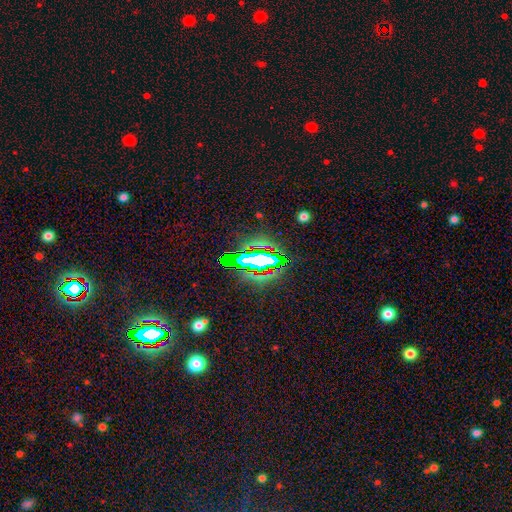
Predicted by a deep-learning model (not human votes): Overall: star or artifact (56%; smooth 26%).